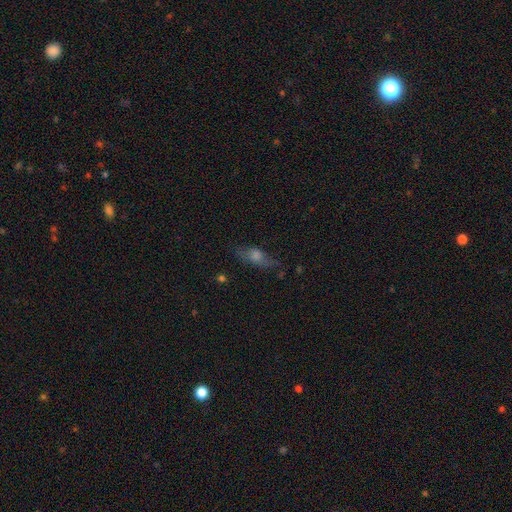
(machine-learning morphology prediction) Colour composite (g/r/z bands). It shows a featured or disk galaxy (47%). Merging: none (72%).